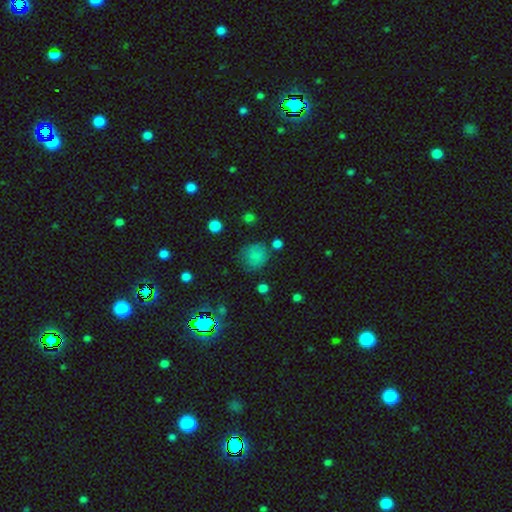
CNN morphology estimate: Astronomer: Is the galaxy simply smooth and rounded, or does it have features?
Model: smooth — 77%.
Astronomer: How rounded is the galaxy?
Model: round — 82%.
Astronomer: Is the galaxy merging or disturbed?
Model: none — 68%.